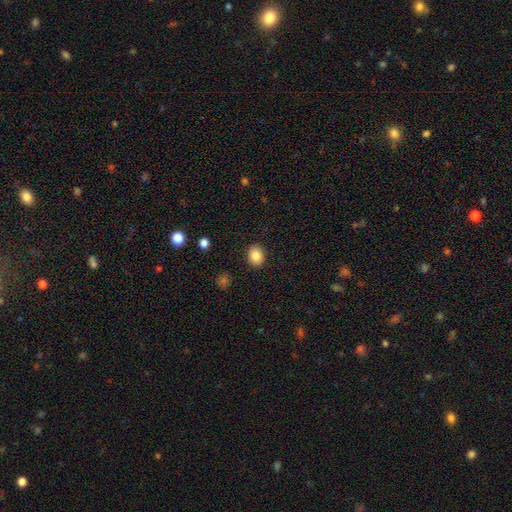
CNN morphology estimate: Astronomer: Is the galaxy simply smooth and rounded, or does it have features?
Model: smooth — 84%.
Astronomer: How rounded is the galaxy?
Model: in between — 51% (runner-up: round, 49%).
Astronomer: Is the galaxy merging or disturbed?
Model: none — 90%.